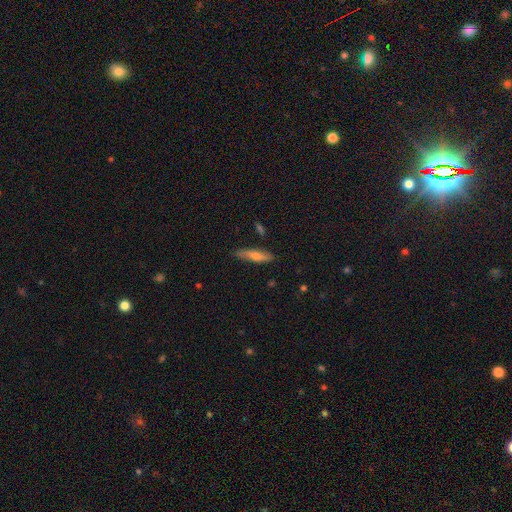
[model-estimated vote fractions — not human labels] This is possibly a smooth galaxy (57%). How rounded: clearly cigar-shaped (84%). Merging: clearly none (84%).